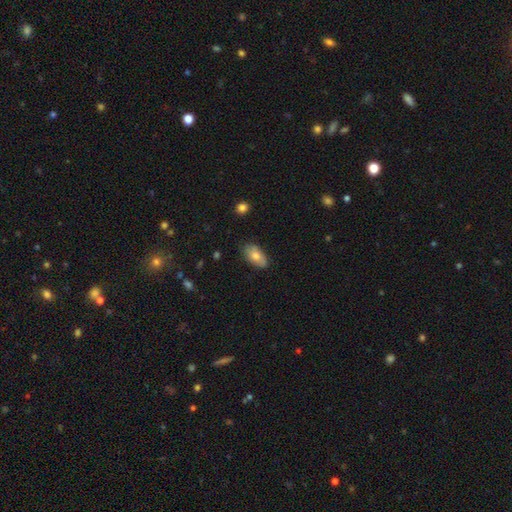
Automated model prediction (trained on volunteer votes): smooth 73%, featured or disk 20%, star or artifact 7%. Down the decision tree: how rounded — in between (91%); merging — none (76%).